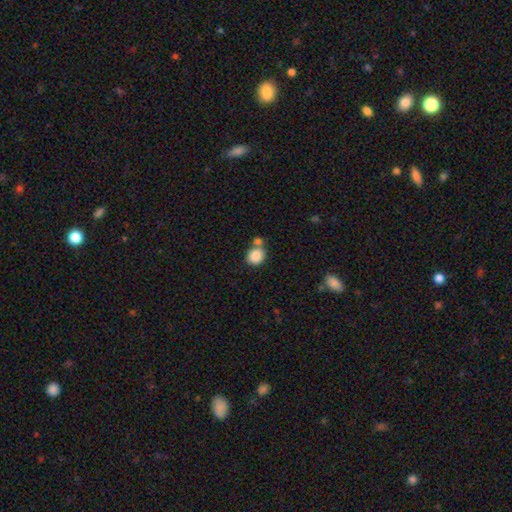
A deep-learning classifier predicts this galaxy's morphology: type=smooth (87%); roundness=round (76%); merging=none (54%).